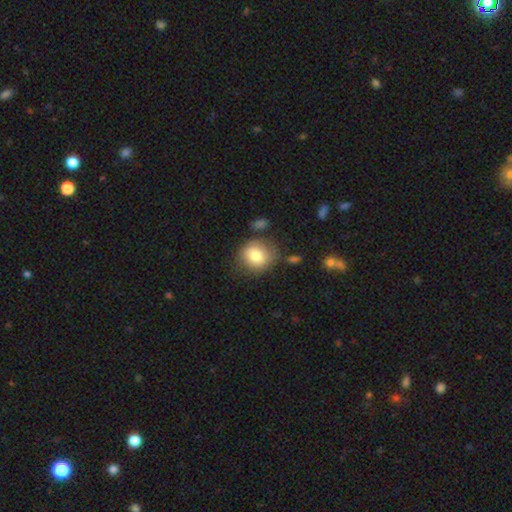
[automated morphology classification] Smooth or featured?
  - smooth: 79% *
  - featured or disk: 13%
  - star or artifact: 8%
How rounded?
  - round: 79% *
  - in between: 20%
  - cigar-shaped: 1%
Merging?
  - none: 68% *
  - minor disturbance: 20%
  - major disturbance: 6%
  - merger: 6%